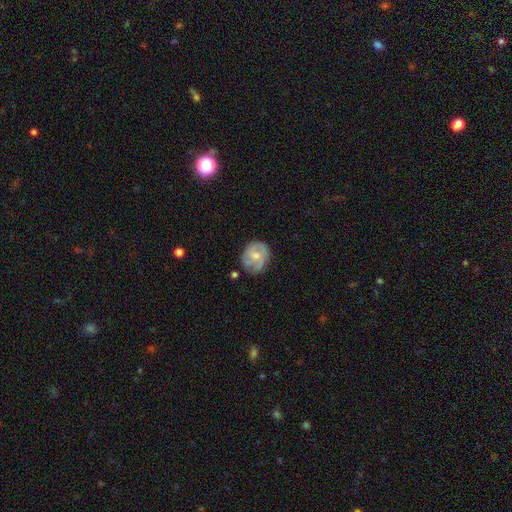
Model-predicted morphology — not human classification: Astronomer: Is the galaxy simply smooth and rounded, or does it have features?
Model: featured or disk — 52% (runner-up: smooth, 42%).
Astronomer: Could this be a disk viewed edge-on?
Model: no — 97%.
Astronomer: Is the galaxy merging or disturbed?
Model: none — 63%.